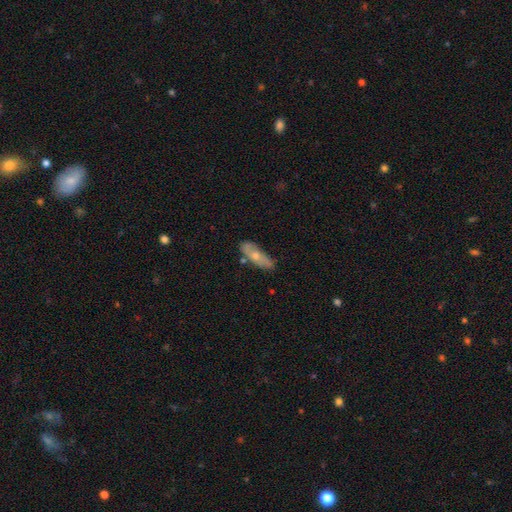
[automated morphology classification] Overall: smooth (53%; featured or disk 40%). How rounded: in between (62%; cigar-shaped 35%). Merging: none (68%).